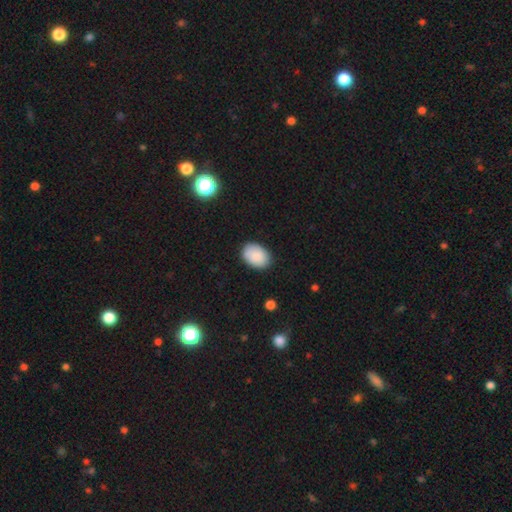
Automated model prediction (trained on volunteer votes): smooth-or-featured: smooth: 88% | star or artifact: 7% | featured or disk: 5%
  how-rounded: in between: 80% | round: 19% | cigar-shaped: 1%
  merging: none: 85% | minor disturbance: 11% | major disturbance: 2% | merger: 1%